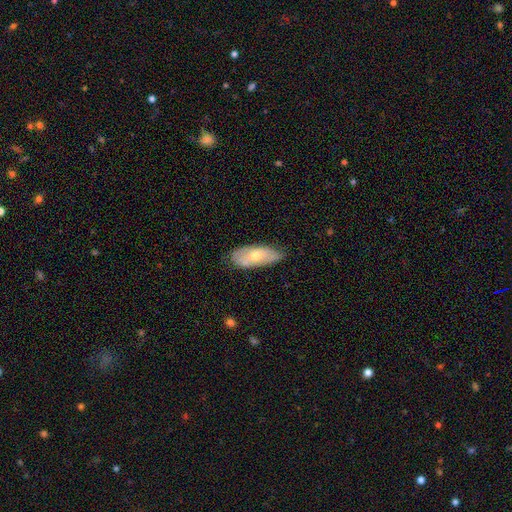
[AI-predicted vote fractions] smooth 50%, featured or disk 43%, star or artifact 7%. Down the decision tree: how rounded — in between (79%); merging — none (69%).